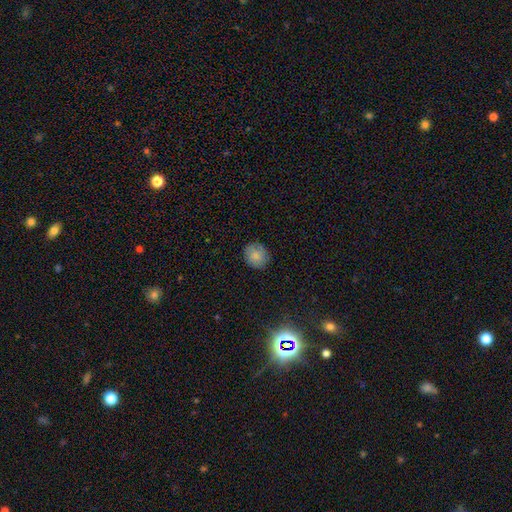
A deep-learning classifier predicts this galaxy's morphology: A smooth galaxy with no disk features (78%) that is round (81%). Merging: none (84%).